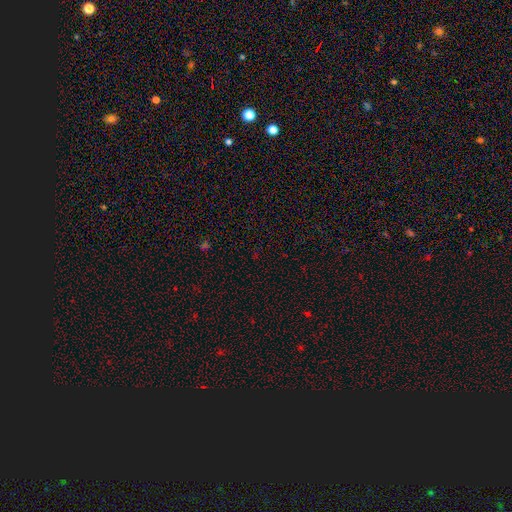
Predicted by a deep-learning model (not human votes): This appears to be a star or artifact, not a galaxy (69%).